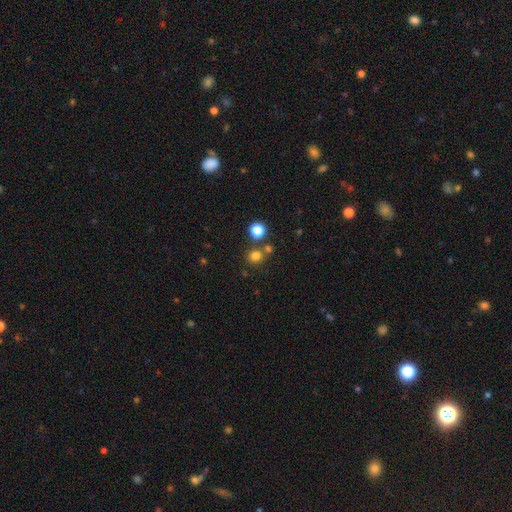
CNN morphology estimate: A smooth galaxy with no disk features (76%) that is round (87%).

Vote fractions:
- Smooth or featured? smooth: 76% / star or artifact: 18% / featured or disk: 6%
- How rounded? round: 87% / in between: 12% / cigar-shaped: 1%
- Merging? none: 71% / merger: 19% / minor disturbance: 7% / major disturbance: 3%